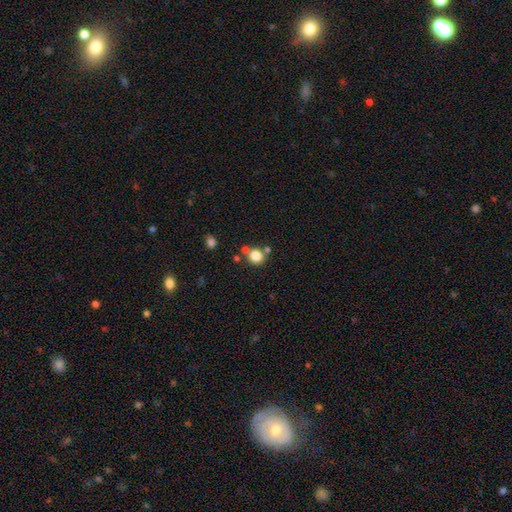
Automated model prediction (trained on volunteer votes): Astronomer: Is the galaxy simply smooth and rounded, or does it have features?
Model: smooth — 81%.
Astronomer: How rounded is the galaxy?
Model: round — 83%.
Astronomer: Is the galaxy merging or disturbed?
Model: none — 66%.